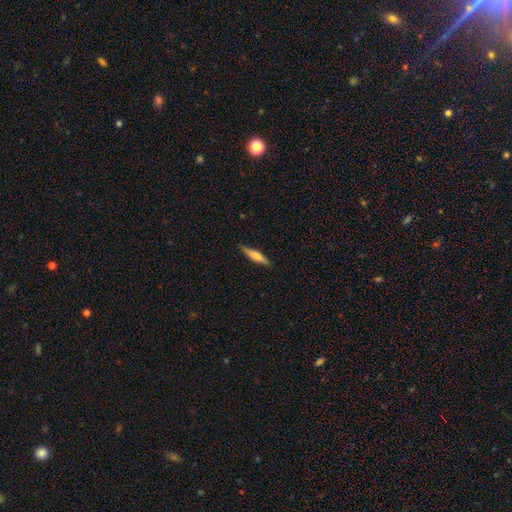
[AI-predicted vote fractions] Smooth or featured: smooth — 54% (featured or disk — 40%)
How rounded: cigar-shaped — 83% (in between — 16%)
Merging: none — 85% (minor disturbance — 12%)